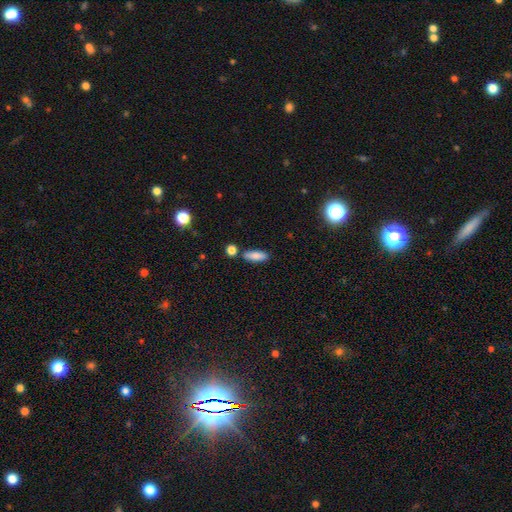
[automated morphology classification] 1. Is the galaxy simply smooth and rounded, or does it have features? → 85% smooth, 8% featured or disk, 7% star or artifact.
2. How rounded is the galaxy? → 61% in between, 36% cigar-shaped, 3% round.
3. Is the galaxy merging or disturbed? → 78% none, 11% minor disturbance, 8% merger, 3% major disturbance.